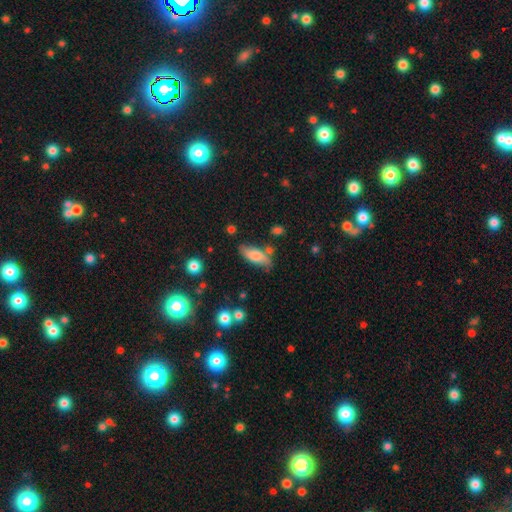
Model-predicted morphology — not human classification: Q: Smooth or featured?
A: smooth (73%); runner-up: featured or disk (20%)
Q: How rounded?
A: in between (72%); runner-up: cigar-shaped (25%)
Q: Merging?
A: none (69%); runner-up: minor disturbance (19%)